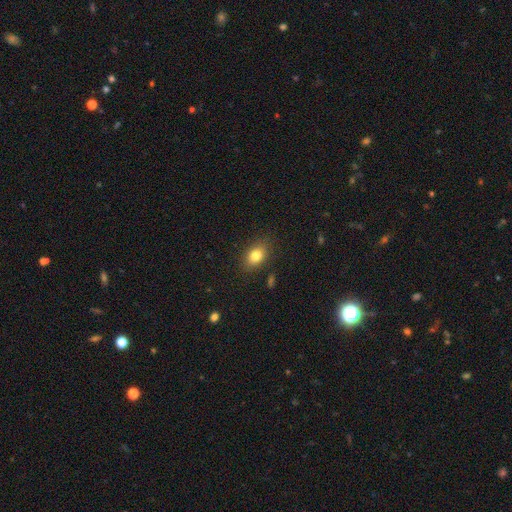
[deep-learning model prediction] Q: Smooth or featured?
A: smooth (81%); runner-up: star or artifact (10%)
Q: How rounded?
A: in between (77%); runner-up: round (21%)
Q: Merging?
A: none (84%); runner-up: minor disturbance (12%)